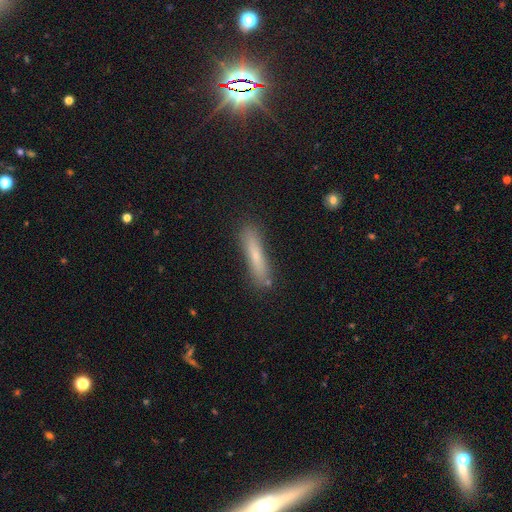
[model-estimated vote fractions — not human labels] A smooth galaxy with no disk features (69%) that is cigar-shaped (89%).

Vote fractions:
- Smooth or featured? smooth: 69% / featured or disk: 21% / star or artifact: 10%
- How rounded? cigar-shaped: 89% / in between: 10% / round: 2%
- Merging? none: 83% / minor disturbance: 12% / major disturbance: 3% / merger: 3%